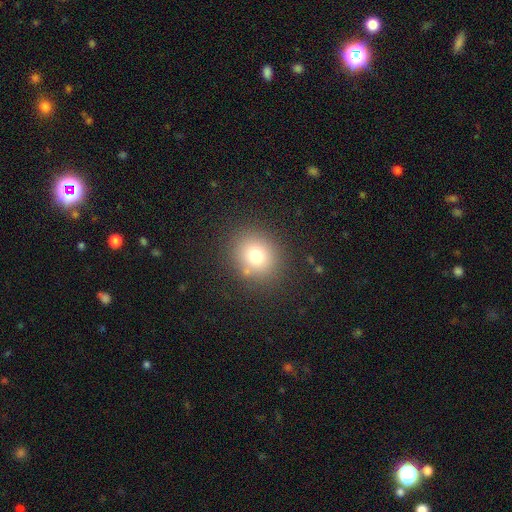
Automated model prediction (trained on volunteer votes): Morphology: type=smooth (74%); roundness=round (78%); merging=none (83%).